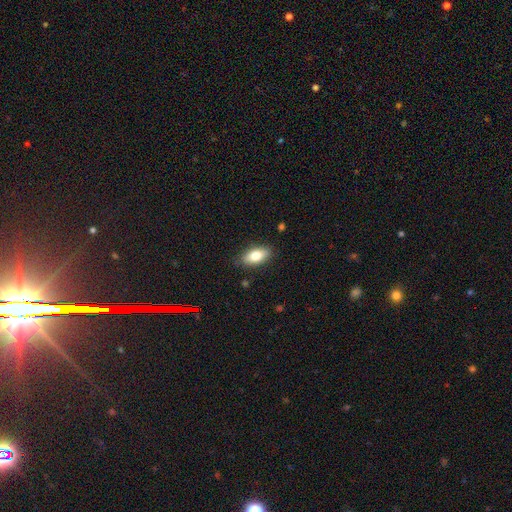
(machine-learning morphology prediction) This appears to be a smooth galaxy with no disk features (77%) that is in between round and cigar-shaped (88%). Merging: none (86%).